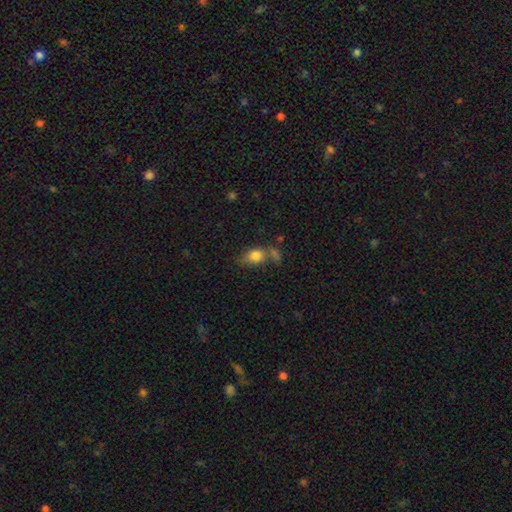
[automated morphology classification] Smooth or featured? smooth (80%)
How rounded? in between (69%)
Merging? none (47%)